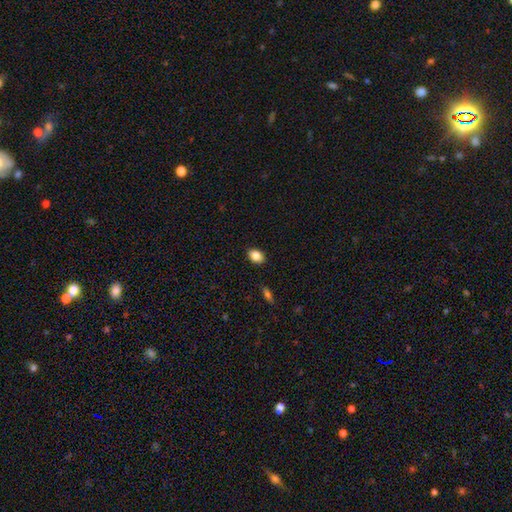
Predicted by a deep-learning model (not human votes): Morphology: type=smooth (85%); roundness=in between (79%); merging=none (89%).